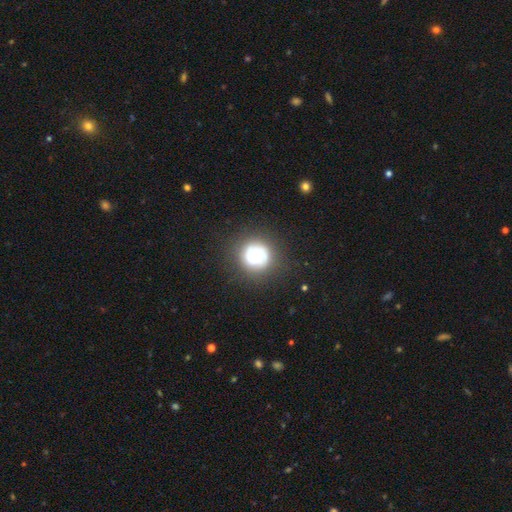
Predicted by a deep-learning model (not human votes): Smooth or featured? smooth (48%)
Merging? none (78%)